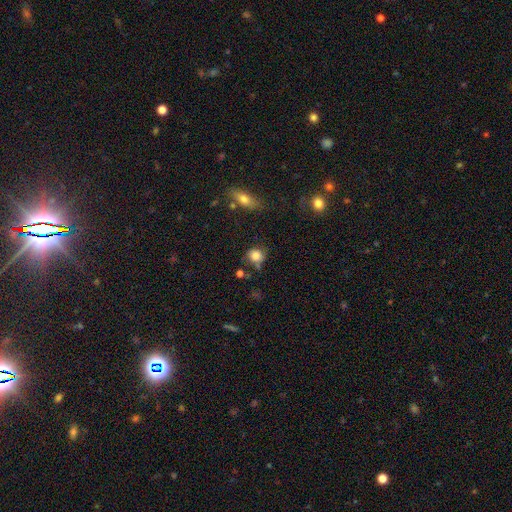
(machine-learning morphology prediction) Smooth or featured? smooth (82%)
How rounded? round (76%)
Merging? none (65%)